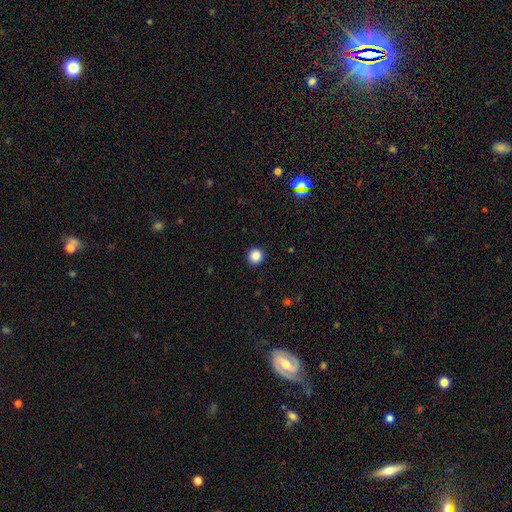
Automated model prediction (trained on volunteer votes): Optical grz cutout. It shows a smooth galaxy with no disk features (87%) that is round (94%). Merging: none (92%).